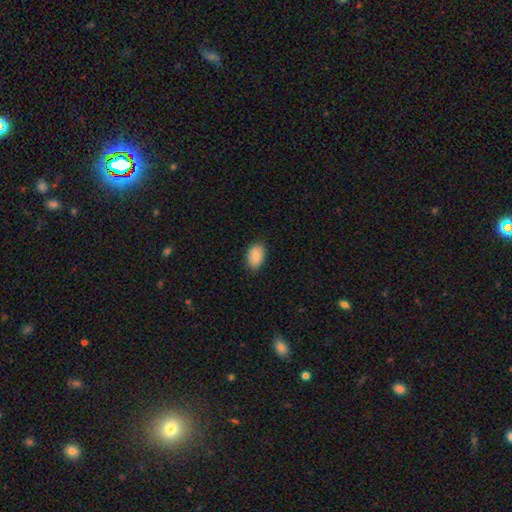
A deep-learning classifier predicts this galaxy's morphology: smooth 86%, featured or disk 7%, star or artifact 7%. Down the decision tree: how rounded — in between (91%); merging — none (84%).